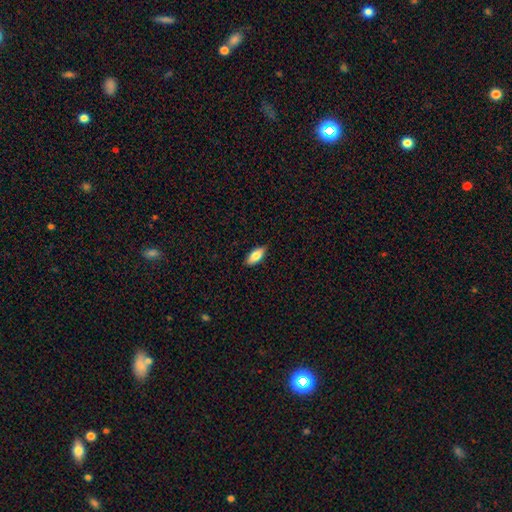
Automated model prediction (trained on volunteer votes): Morphology: type=smooth (81%); roundness=in between (83%); merging=none (88%).